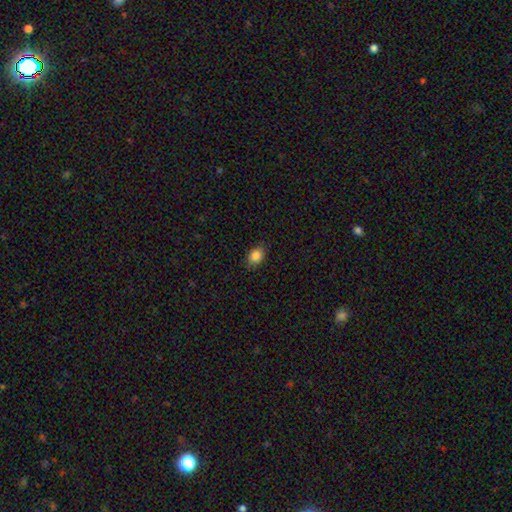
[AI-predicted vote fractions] Q: Smooth or featured?
A: smooth (86%); runner-up: star or artifact (9%)
Q: How rounded?
A: in between (63%); runner-up: round (36%)
Q: Merging?
A: none (85%); runner-up: minor disturbance (12%)